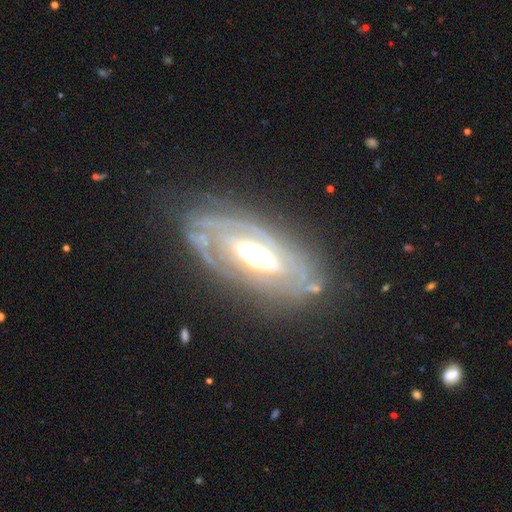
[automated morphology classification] A featured or disk galaxy (83%) with no bar (52%), tight (67%) spiral arms (73%) and a moderate central bulge (51%). Merging: none (71%).